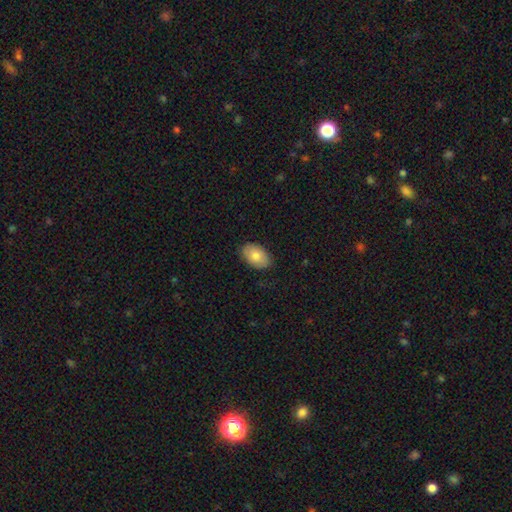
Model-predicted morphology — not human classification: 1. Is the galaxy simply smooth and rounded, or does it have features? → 78% smooth, 15% featured or disk, 6% star or artifact.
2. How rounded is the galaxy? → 91% in between, 8% round, 1% cigar-shaped.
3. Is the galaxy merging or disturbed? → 86% none, 11% minor disturbance, 2% major disturbance, 1% merger.